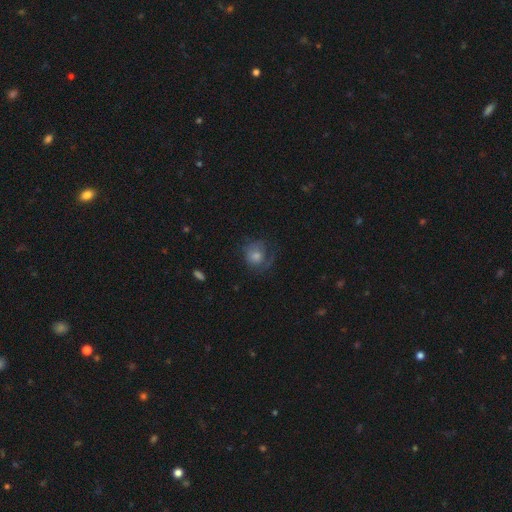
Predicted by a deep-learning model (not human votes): Smooth or featured? Predicted: smooth (p=0.52). How rounded? Predicted: round (p=0.79). Merging? Predicted: none (p=0.56).